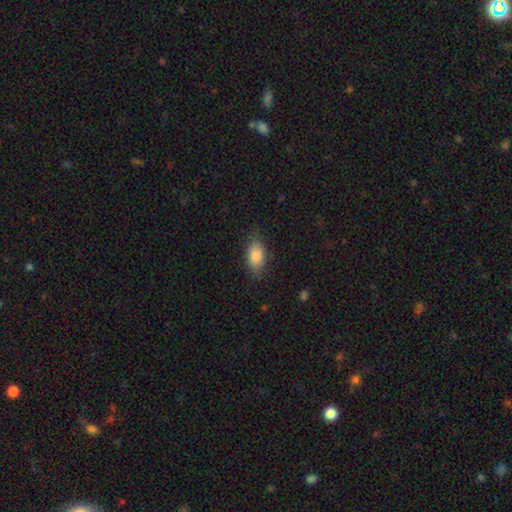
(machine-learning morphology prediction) A smooth galaxy with no disk features (85%) that is in between round and cigar-shaped (88%).

Vote fractions:
- Smooth or featured? smooth: 85% / featured or disk: 8% / star or artifact: 7%
- How rounded? in between: 88% / cigar-shaped: 6% / round: 6%
- Merging? none: 79% / minor disturbance: 16% / major disturbance: 4% / merger: 1%